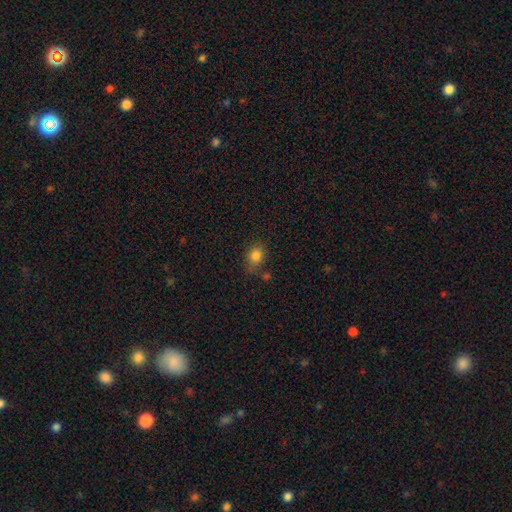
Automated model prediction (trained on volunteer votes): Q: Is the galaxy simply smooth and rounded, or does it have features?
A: smooth — 83%.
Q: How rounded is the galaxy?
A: round — 52%.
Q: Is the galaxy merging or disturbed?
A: none — 66%.